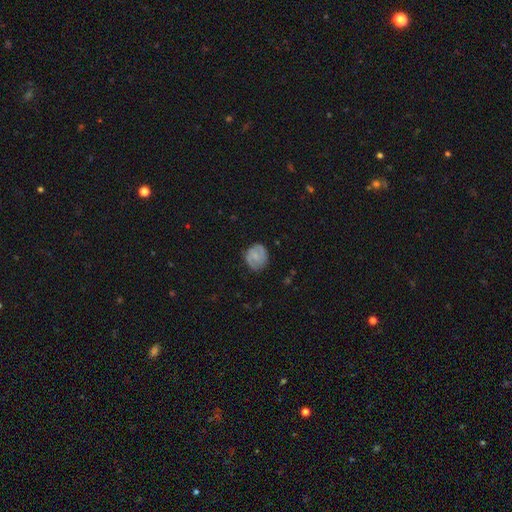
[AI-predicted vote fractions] The model was most divided on "smooth or featured": smooth: 47%, featured or disk: 46%, star or artifact: 7%. More confident: merging — none (77%).